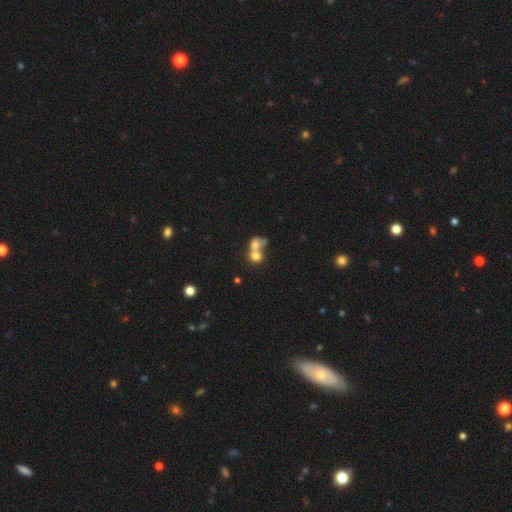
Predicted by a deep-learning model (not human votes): Smooth or featured?
  - smooth: 71% *
  - featured or disk: 18%
  - star or artifact: 11%
How rounded?
  - round: 67% *
  - in between: 32%
  - cigar-shaped: 1%
Merging?
  - merger: 69% *
  - none: 22%
  - minor disturbance: 5%
  - major disturbance: 4%